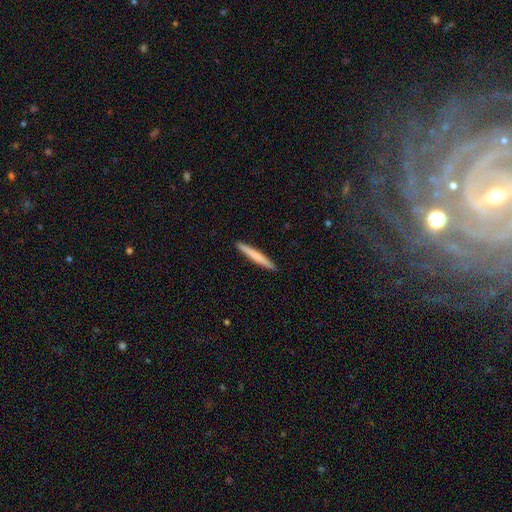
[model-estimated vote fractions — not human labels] smooth-or-featured: smooth: 68% | featured or disk: 27% | star or artifact: 5%
  how-rounded: cigar-shaped: 96% | in between: 2% | round: 1%
  merging: none: 93% | minor disturbance: 5% | major disturbance: 1% | merger: 1%